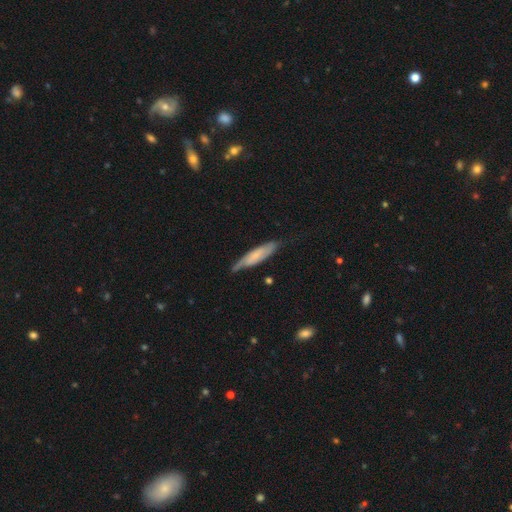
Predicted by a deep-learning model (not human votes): Smooth or featured? Predicted: smooth (p=0.51). How rounded? Predicted: cigar-shaped (p=0.76). Merging? Predicted: none (p=0.65).